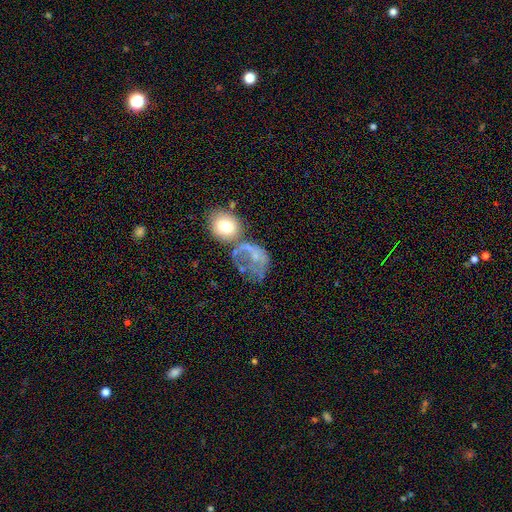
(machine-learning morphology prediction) This appears to be a smooth galaxy with no disk features (46%). Merging: major disturbance (35%).